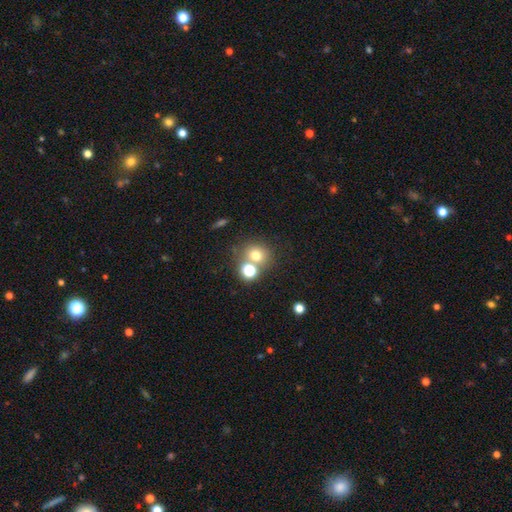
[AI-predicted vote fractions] A smooth galaxy with no disk features (70%) that is round (79%).

Vote fractions:
- Smooth or featured? smooth: 70% / star or artifact: 18% / featured or disk: 12%
- How rounded? round: 79% / in between: 20% / cigar-shaped: 1%
- Merging? none: 57% / merger: 31% / minor disturbance: 8% / major disturbance: 4%